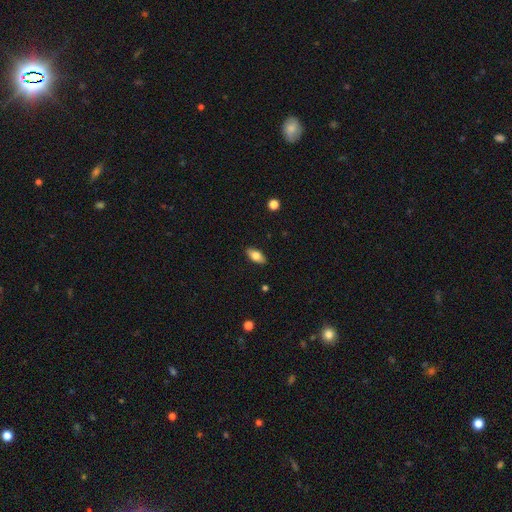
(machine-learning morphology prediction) smooth_or_featured: smooth (p=0.76) [alt: featured or disk p=0.17]
how_rounded: in between (p=0.87) [alt: cigar-shaped p=0.09]
merging: none (p=0.89) [alt: minor disturbance p=0.09]